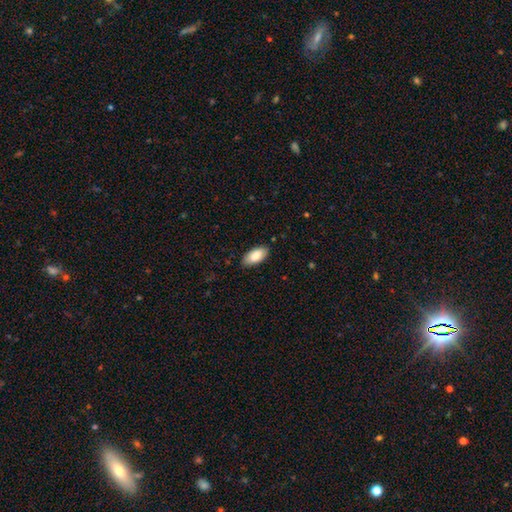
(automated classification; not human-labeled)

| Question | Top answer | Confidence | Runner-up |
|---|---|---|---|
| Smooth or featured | smooth | 87% | featured or disk (8%) |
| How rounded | in between | 92% | cigar-shaped (6%) |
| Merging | none | 86% | minor disturbance (11%) |